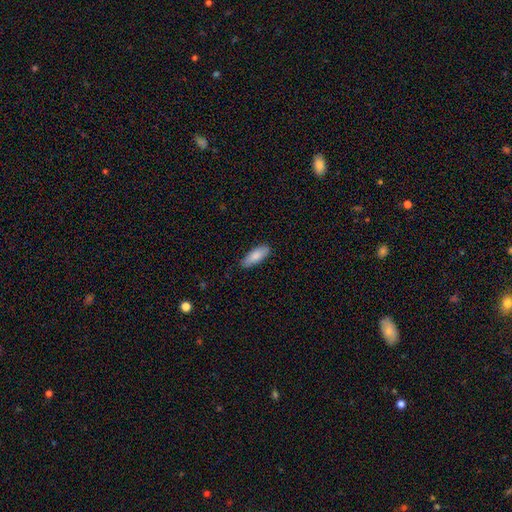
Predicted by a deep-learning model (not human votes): smooth 85%, featured or disk 9%, star or artifact 6%. Down the decision tree: how rounded — in between (69%); merging — none (85%).